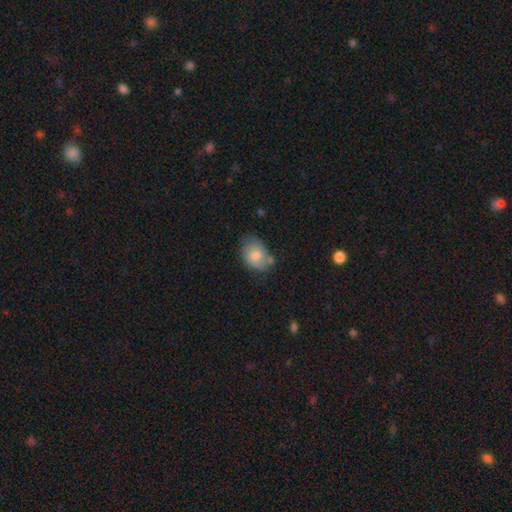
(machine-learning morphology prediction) The model was most divided on "merging": none: 51%, minor disturbance: 30%, merger: 9%, major disturbance: 9%. More confident: how rounded — in between (78%); smooth or featured — smooth (66%).